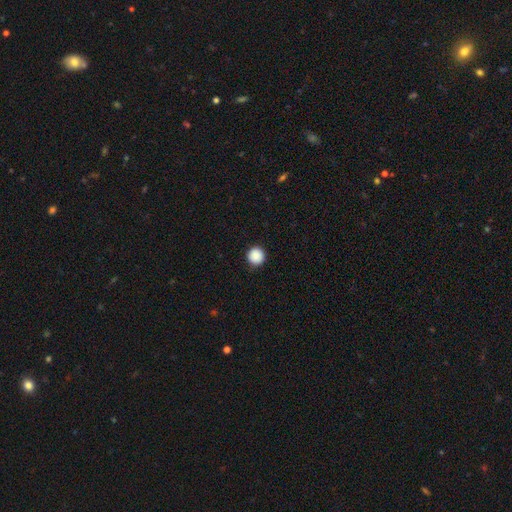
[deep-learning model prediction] Smooth or featured? Predicted: smooth (p=0.89). How rounded? Predicted: round (p=0.96). Merging? Predicted: none (p=0.92).